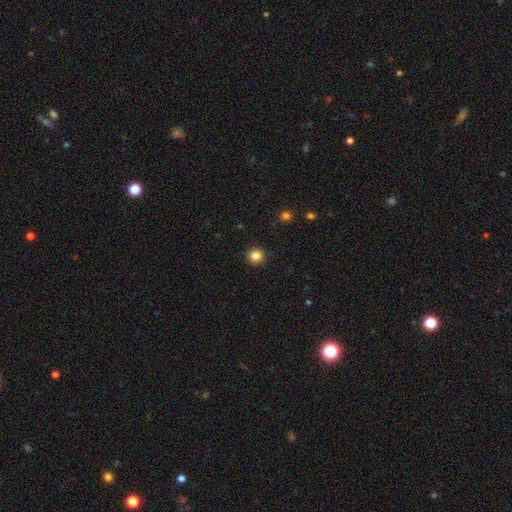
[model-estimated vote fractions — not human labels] smooth 84%, star or artifact 11%, featured or disk 4%. Down the decision tree: how rounded — round (93%); merging — none (92%).